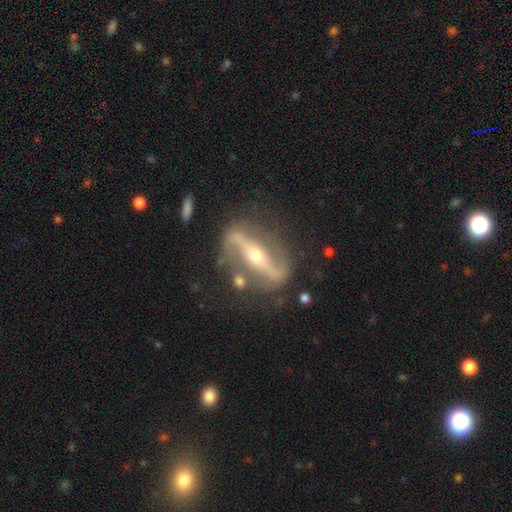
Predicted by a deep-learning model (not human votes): featured or disk 88%, smooth 7%, star or artifact 5%. Down the decision tree: edge-on disk — no (74%); bar — strong (81%); spiral arms — yes (81%); spiral arm count — 2 (90%); spiral winding — loose (48%); bulge size — small (51%); merging — none (77%).